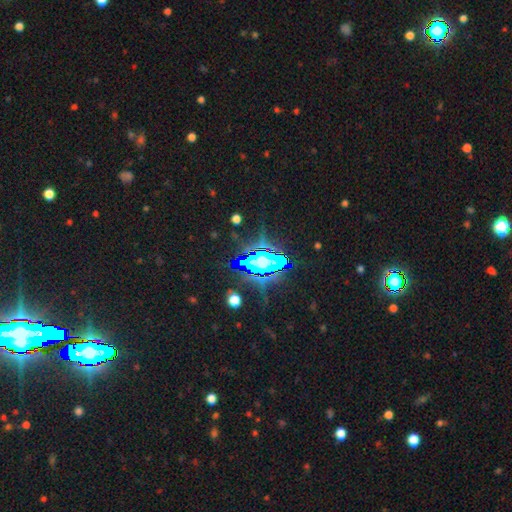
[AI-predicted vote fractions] A star or artifact, not a galaxy (70%).